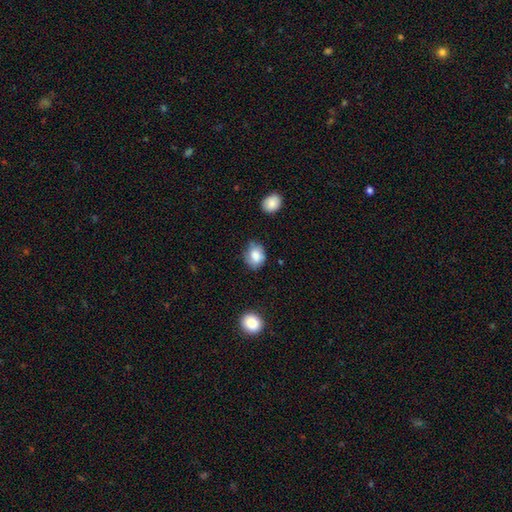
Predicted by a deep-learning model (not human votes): Smooth or featured?
  - smooth: 83% *
  - featured or disk: 9%
  - star or artifact: 8%
How rounded?
  - round: 53% *
  - in between: 46%
  - cigar-shaped: 1%
Merging?
  - none: 65% *
  - minor disturbance: 27%
  - major disturbance: 5%
  - merger: 2%